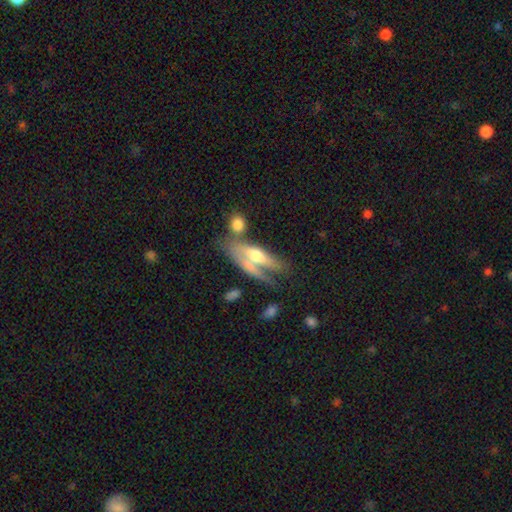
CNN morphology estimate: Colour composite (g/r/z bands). It shows a featured or disk galaxy (49%). Merging: none (32%, tied with merger).